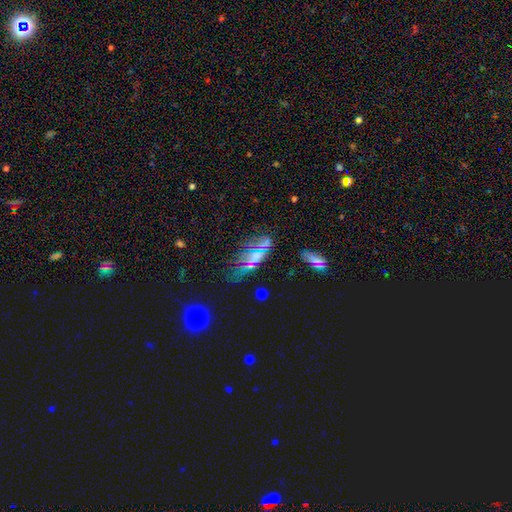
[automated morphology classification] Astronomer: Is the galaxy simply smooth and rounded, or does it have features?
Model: star or artifact — 38% (runner-up: smooth, 36%).